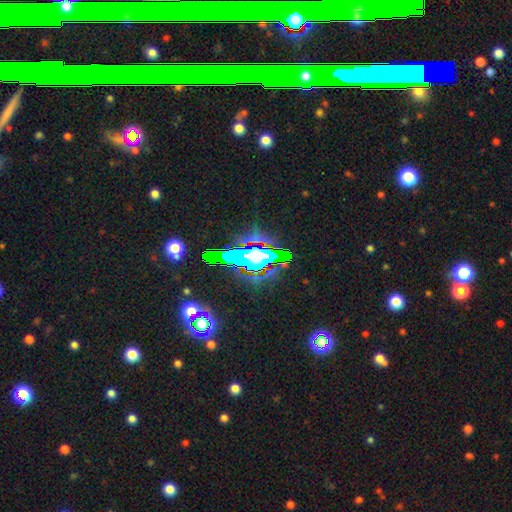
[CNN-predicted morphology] Smooth or featured? star or artifact (56%)